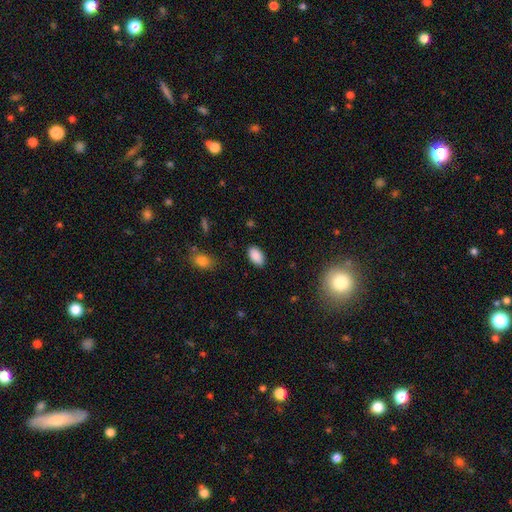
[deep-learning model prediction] Smooth or featured: smooth — 88% (star or artifact — 8%)
How rounded: in between — 93% (round — 5%)
Merging: none — 87% (minor disturbance — 10%)